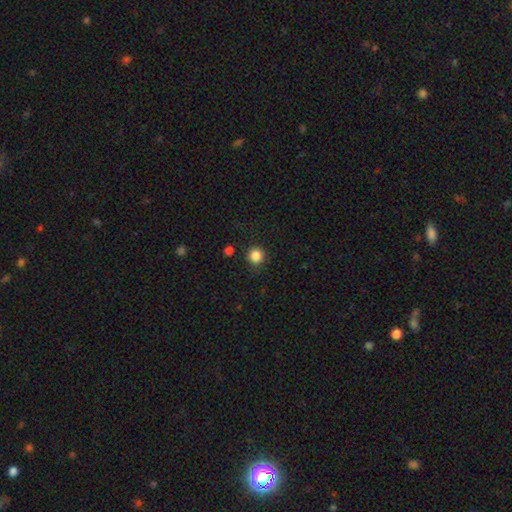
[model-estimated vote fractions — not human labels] This is clearly a smooth galaxy (85%). How rounded: clearly round (94%). Merging: clearly none (89%).